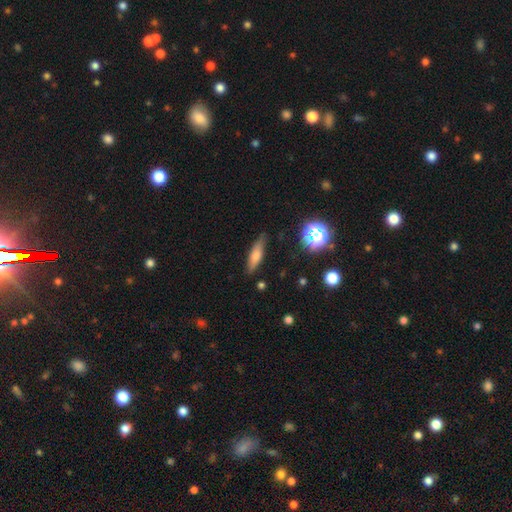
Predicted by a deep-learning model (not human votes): Smooth or featured: smooth — 66% (featured or disk — 24%)
How rounded: cigar-shaped — 62% (in between — 35%)
Merging: none — 79% (minor disturbance — 16%)